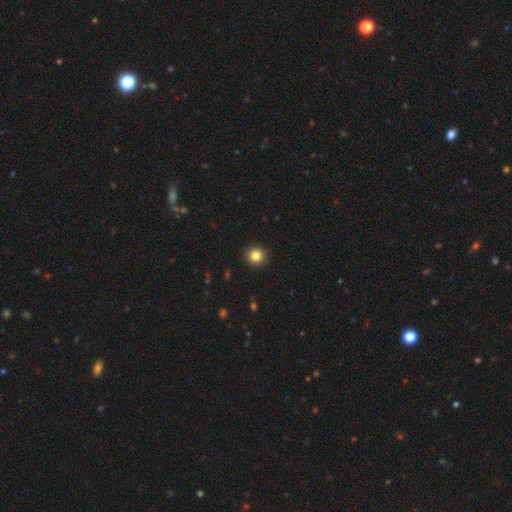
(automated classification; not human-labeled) smooth 83%, star or artifact 11%, featured or disk 5%. Down the decision tree: how rounded — round (93%); merging — none (93%).